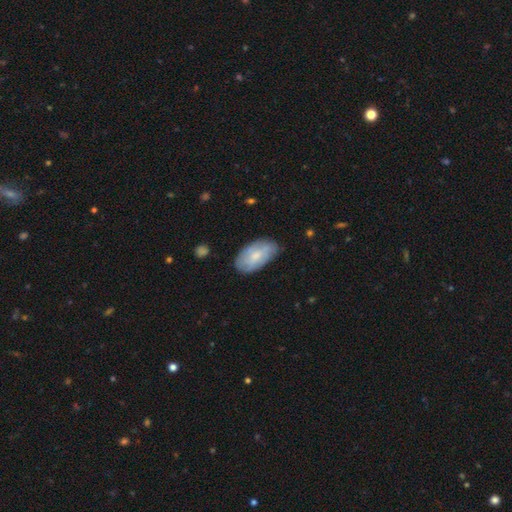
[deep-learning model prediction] This is likely a smooth galaxy (60%). How rounded: clearly in between (94%). Merging: likely none (74%).